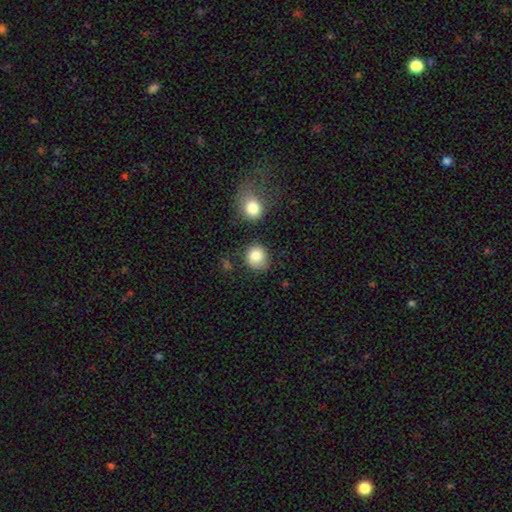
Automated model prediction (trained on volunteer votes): Smooth or featured? Predicted: smooth (p=0.84). How rounded? Predicted: round (p=0.78). Merging? Predicted: none (p=0.66).